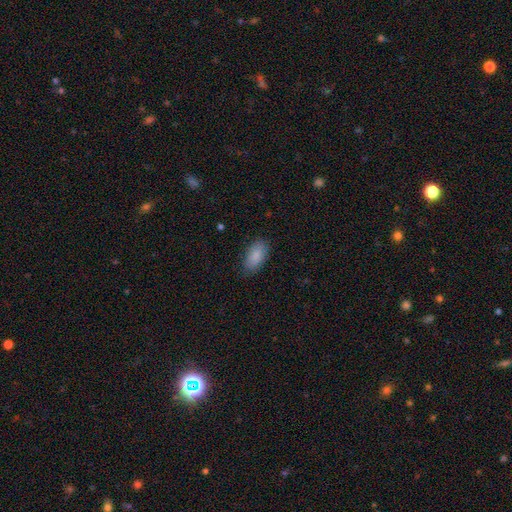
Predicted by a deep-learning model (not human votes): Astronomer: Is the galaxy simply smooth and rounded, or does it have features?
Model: smooth — 88%.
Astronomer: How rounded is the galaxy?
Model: in between — 93%.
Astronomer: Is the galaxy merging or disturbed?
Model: none — 81%.